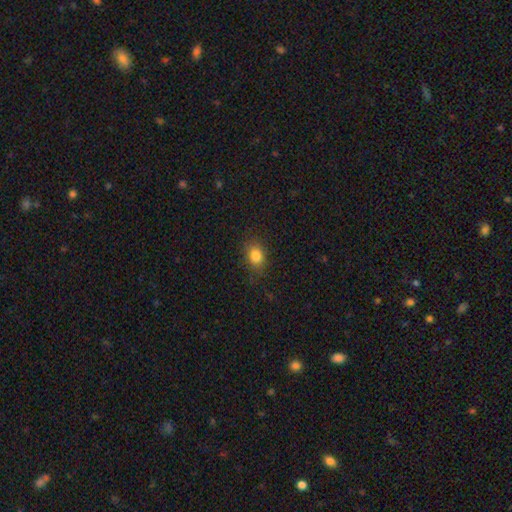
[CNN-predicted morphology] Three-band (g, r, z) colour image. It shows a smooth galaxy with no disk features (83%) that is in between round and cigar-shaped (62%). Merging: none (83%).